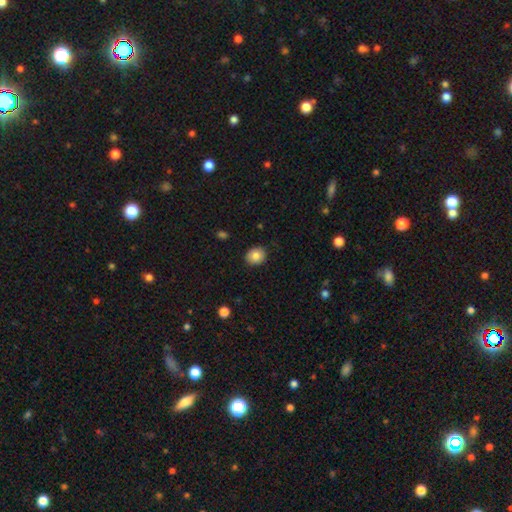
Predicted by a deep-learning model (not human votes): smooth-or-featured: smooth: 83% | star or artifact: 9% | featured or disk: 8%
  how-rounded: round: 65% | in between: 34% | cigar-shaped: 1%
  merging: none: 88% | minor disturbance: 9% | major disturbance: 2% | merger: 1%